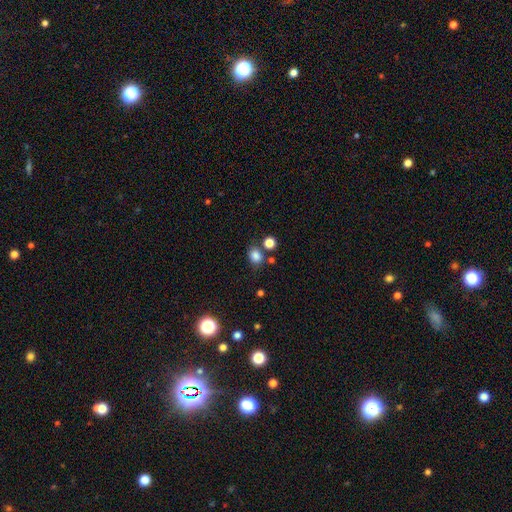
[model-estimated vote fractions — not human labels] smooth 82%, star or artifact 13%, featured or disk 5%. Down the decision tree: how rounded — round (58%); merging — none (70%).